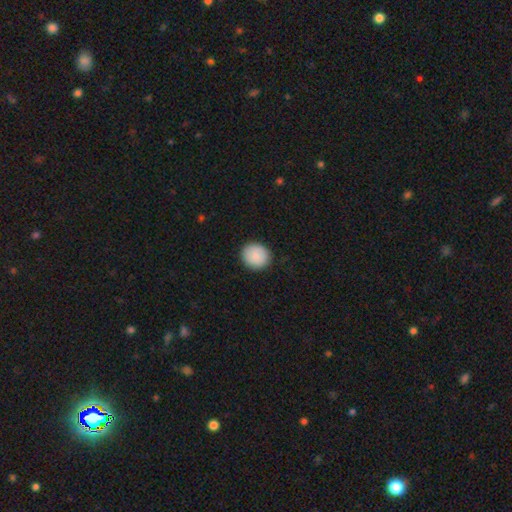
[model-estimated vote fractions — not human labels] smooth-or-featured: smooth: 88% | star or artifact: 7% | featured or disk: 5%
  how-rounded: round: 84% | in between: 15% | cigar-shaped: 1%
  merging: none: 90% | minor disturbance: 7% | major disturbance: 2% | merger: 1%